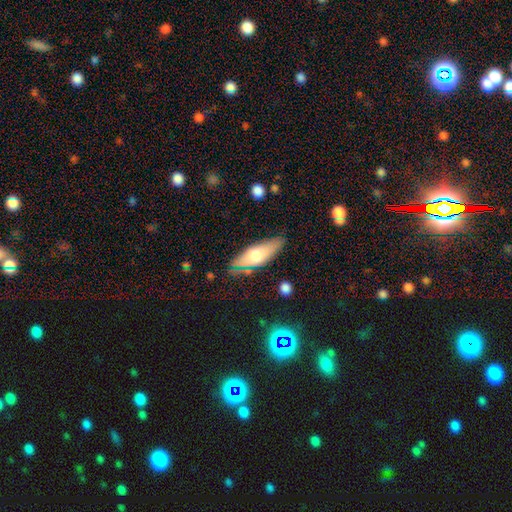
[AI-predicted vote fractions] Overall: smooth (61%; featured or disk 32%). How rounded: in between (56%; cigar-shaped 42%). Merging: none (82%).